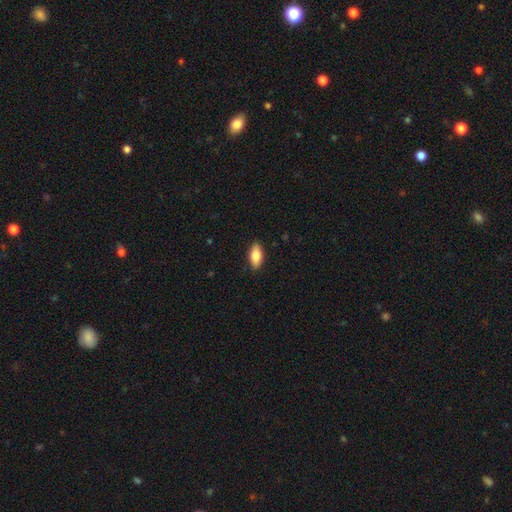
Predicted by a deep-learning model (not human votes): A smooth galaxy with no disk features (79%) that is in between round and cigar-shaped (86%).

Vote fractions:
- Smooth or featured? smooth: 79% / featured or disk: 14% / star or artifact: 6%
- How rounded? in between: 86% / cigar-shaped: 11% / round: 3%
- Merging? none: 89% / minor disturbance: 9% / major disturbance: 2% / merger: 1%